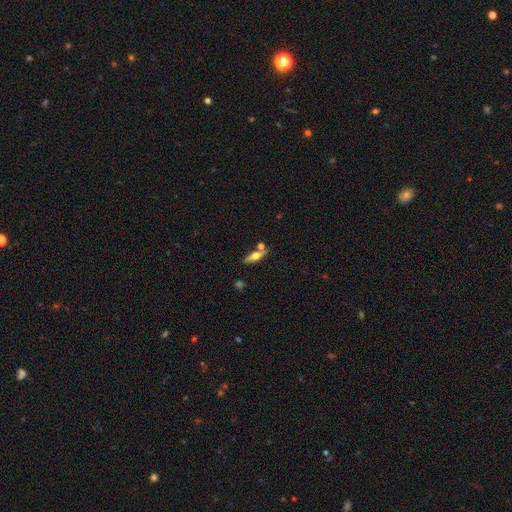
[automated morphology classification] Smooth or featured? Predicted: featured or disk (p=0.50). Edge-on disk? Predicted: yes (p=0.87). Merging? Predicted: none (p=0.68).